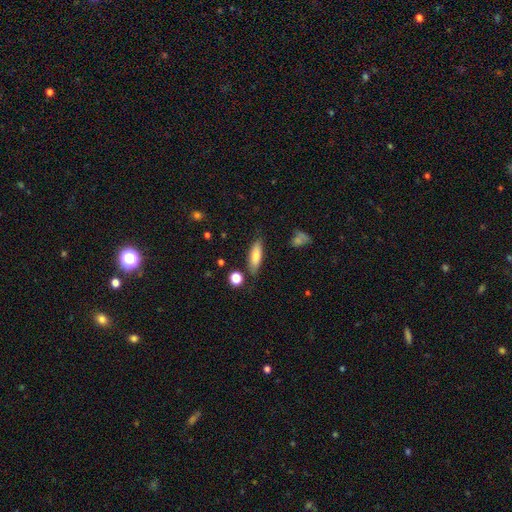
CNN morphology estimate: The model was most divided on "how rounded": in between: 53%, cigar-shaped: 44%, round: 2%. More confident: merging — none (78%); smooth or featured — smooth (77%).